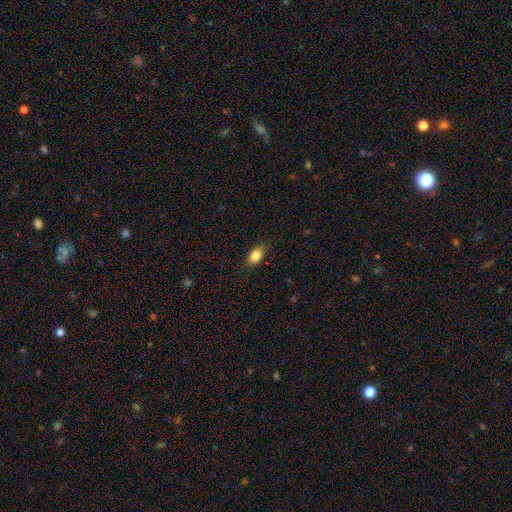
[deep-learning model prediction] smooth-or-featured: smooth: 84% | star or artifact: 8% | featured or disk: 8%
  how-rounded: in between: 84% | round: 13% | cigar-shaped: 3%
  merging: none: 82% | minor disturbance: 14% | major disturbance: 3% | merger: 1%